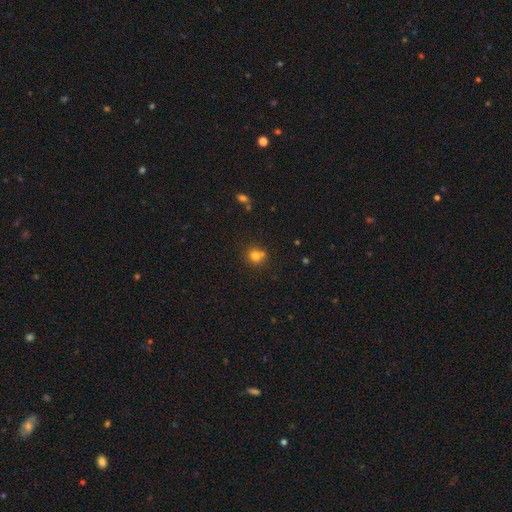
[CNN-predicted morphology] Smooth or featured? Predicted: smooth (p=0.75). How rounded? Predicted: round (p=0.88). Merging? Predicted: none (p=0.61).